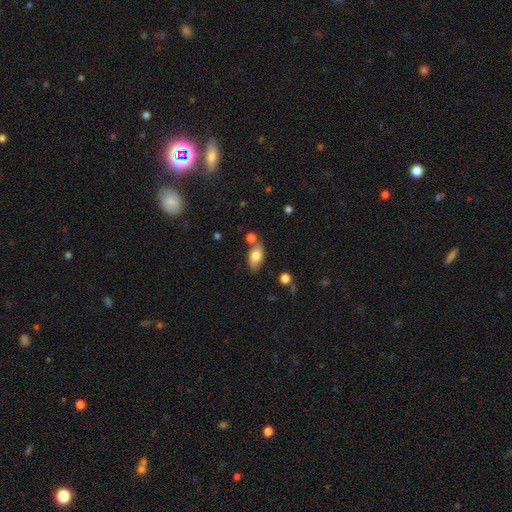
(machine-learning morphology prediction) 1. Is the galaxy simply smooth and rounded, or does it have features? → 77% smooth, 16% featured or disk, 7% star or artifact.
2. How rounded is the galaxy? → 89% in between, 5% cigar-shaped, 5% round.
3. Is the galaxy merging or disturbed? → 65% none, 17% minor disturbance, 15% merger, 4% major disturbance.